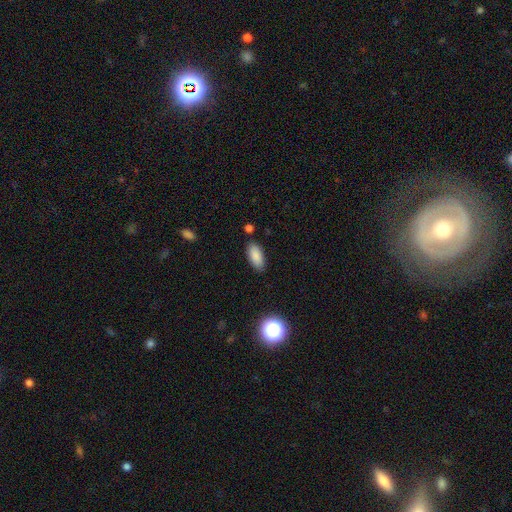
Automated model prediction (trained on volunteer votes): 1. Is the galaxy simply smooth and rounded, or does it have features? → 86% smooth, 8% star or artifact, 6% featured or disk.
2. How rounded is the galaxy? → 88% in between, 10% cigar-shaped, 3% round.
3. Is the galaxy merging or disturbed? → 83% none, 12% minor disturbance, 3% major disturbance, 3% merger.